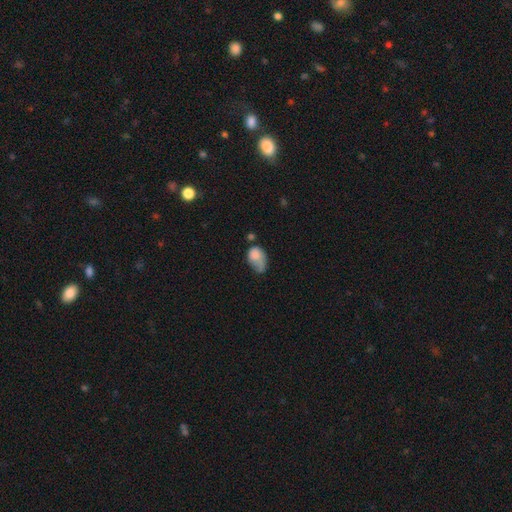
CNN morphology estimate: smooth 70%, featured or disk 22%, star or artifact 9%. Down the decision tree: how rounded — in between (81%); merging — minor disturbance (32%, tied with major disturbance).